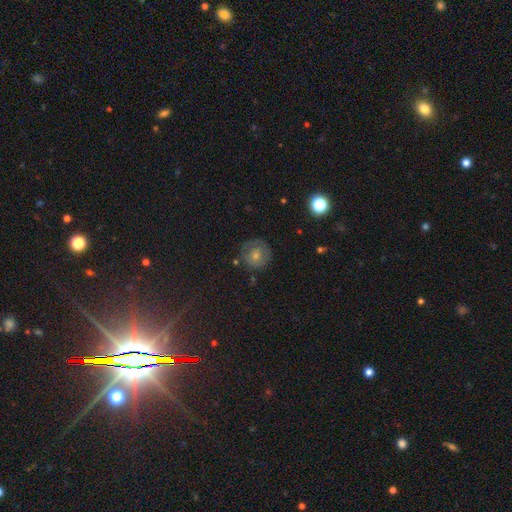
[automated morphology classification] type=smooth (52%); roundness=round (90%); merging=none (72%).